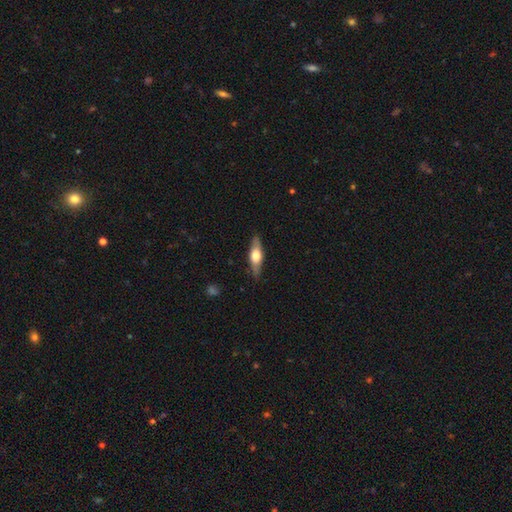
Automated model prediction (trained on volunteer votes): featured or disk 52%, smooth 42%, star or artifact 5%. Down the decision tree: edge-on disk — yes (91%); merging — none (85%).